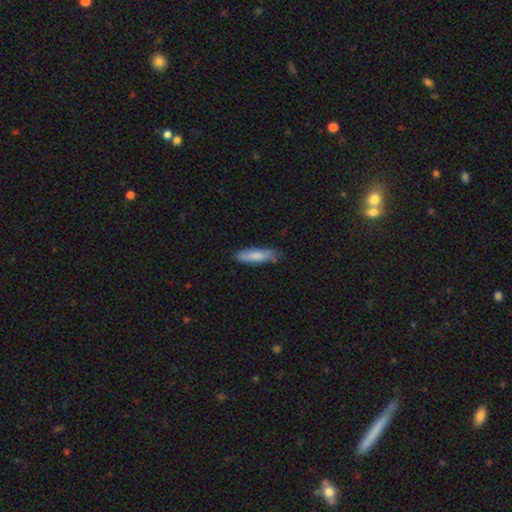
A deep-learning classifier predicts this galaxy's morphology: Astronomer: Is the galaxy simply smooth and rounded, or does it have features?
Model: smooth — 80%.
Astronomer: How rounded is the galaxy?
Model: cigar-shaped — 64%.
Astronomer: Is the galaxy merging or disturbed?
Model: none — 71%.